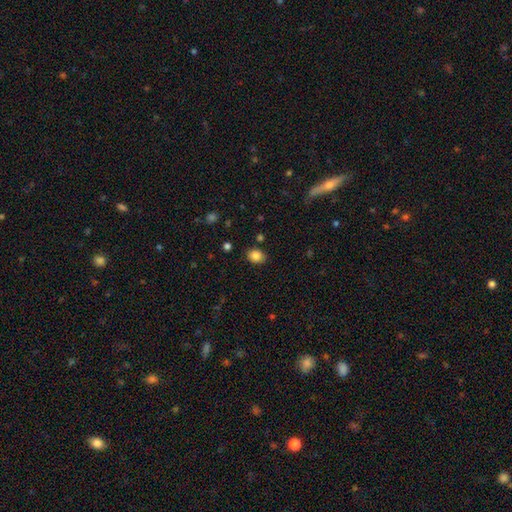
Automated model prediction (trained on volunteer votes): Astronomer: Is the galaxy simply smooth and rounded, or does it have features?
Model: smooth — 85%.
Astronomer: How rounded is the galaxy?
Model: in between — 51% (runner-up: round, 48%).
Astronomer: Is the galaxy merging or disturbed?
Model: none — 83%.